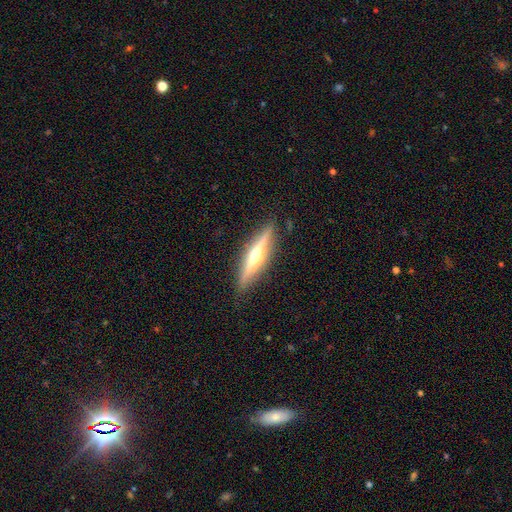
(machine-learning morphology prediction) The model was most divided on "smooth or featured": featured or disk: 70%, smooth: 24%, star or artifact: 6%. More confident: edge-on disk — yes (96%); merging — none (88%); edge-on bulge — rounded (79%).